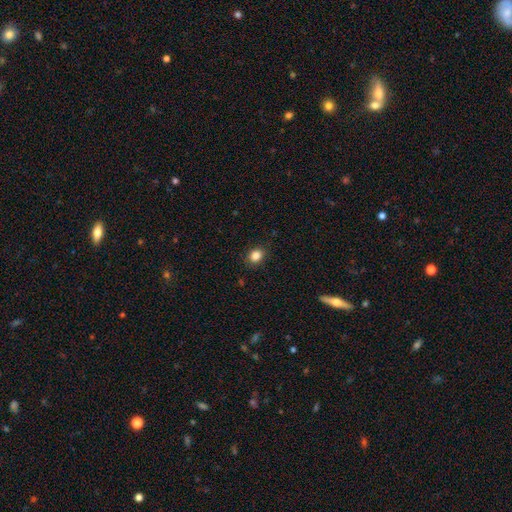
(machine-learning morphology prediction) Overall: smooth (85%). How rounded: round (58%; in between 42%). Merging: none (88%).